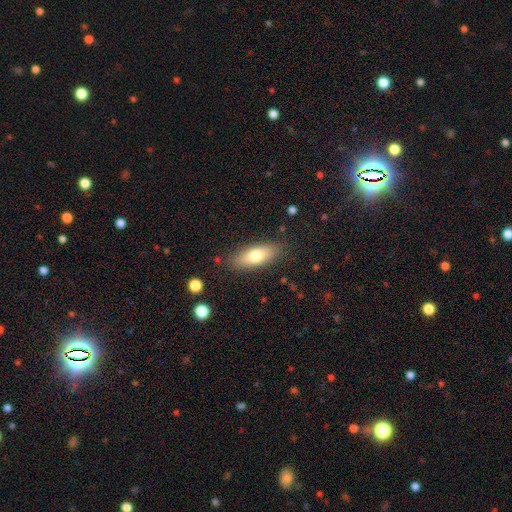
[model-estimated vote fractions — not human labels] This appears to be a smooth galaxy with no disk features (72%) that is in between round and cigar-shaped (72%). Merging: none (84%).